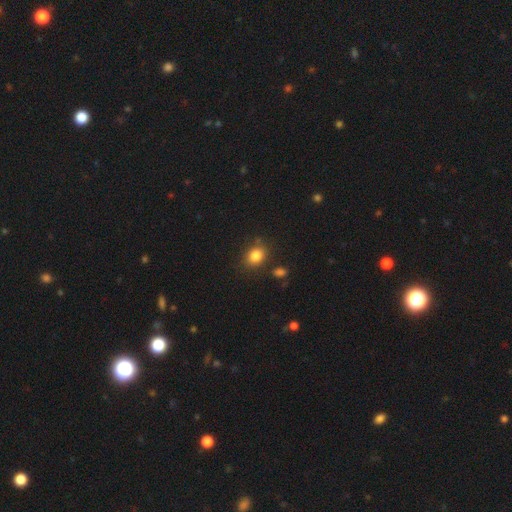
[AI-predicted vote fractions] Smooth or featured?
  - smooth: 84% *
  - star or artifact: 10%
  - featured or disk: 6%
How rounded?
  - in between: 56% *
  - round: 43%
  - cigar-shaped: 1%
Merging?
  - none: 79% *
  - minor disturbance: 13%
  - merger: 5%
  - major disturbance: 4%